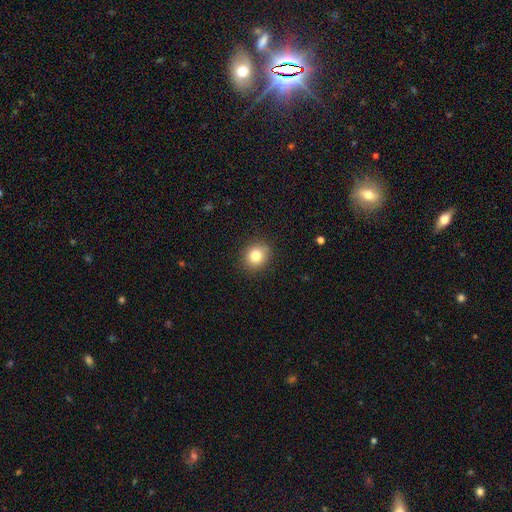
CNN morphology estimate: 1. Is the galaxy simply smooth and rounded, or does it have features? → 81% smooth, 11% star or artifact, 8% featured or disk.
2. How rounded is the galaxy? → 78% round, 21% in between, 1% cigar-shaped.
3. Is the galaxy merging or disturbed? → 89% none, 8% minor disturbance, 2% major disturbance, 1% merger.